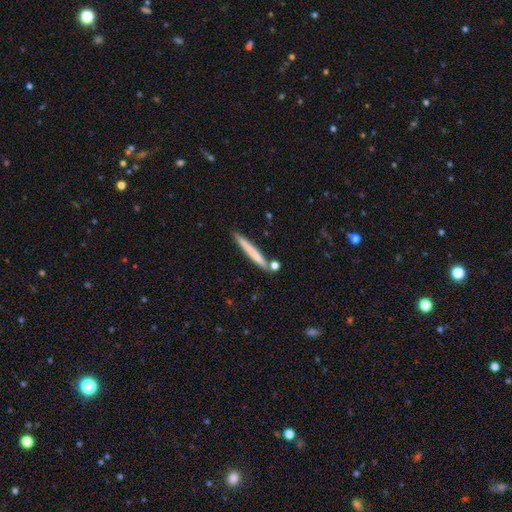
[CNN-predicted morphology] Smooth or featured?
  - smooth: 67% *
  - featured or disk: 27%
  - star or artifact: 6%
How rounded?
  - cigar-shaped: 97% *
  - in between: 2%
  - round: 1%
Merging?
  - none: 83% *
  - minor disturbance: 9%
  - merger: 5%
  - major disturbance: 2%